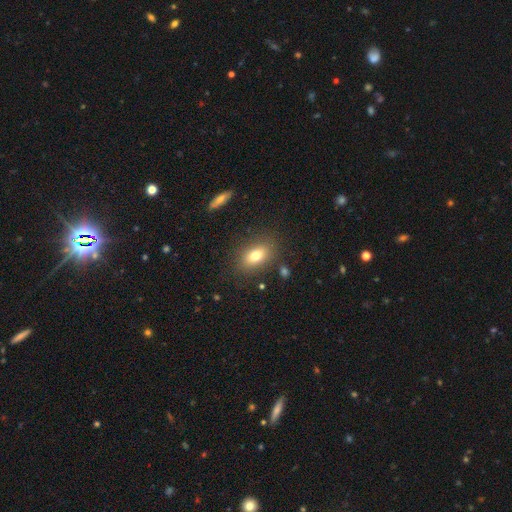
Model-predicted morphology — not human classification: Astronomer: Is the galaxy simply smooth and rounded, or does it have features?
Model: smooth — 77%.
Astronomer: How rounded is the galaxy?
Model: in between — 83%.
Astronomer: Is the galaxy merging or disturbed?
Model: none — 83%.